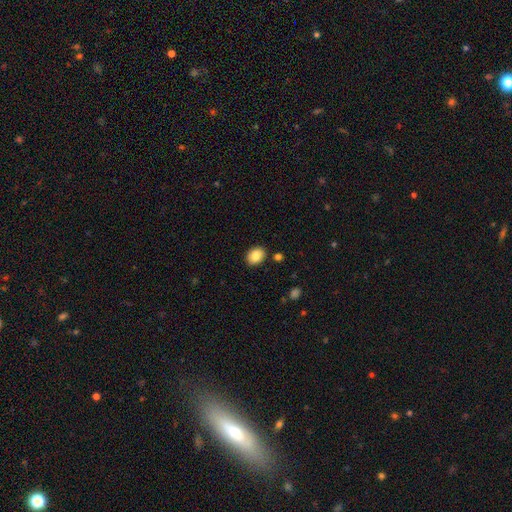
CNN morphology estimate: Q: Smooth or featured?
A: smooth (87%); runner-up: star or artifact (8%)
Q: How rounded?
A: in between (63%); runner-up: round (36%)
Q: Merging?
A: none (86%); runner-up: minor disturbance (9%)